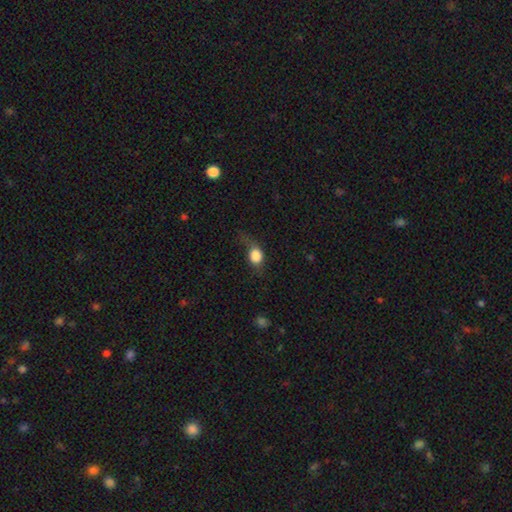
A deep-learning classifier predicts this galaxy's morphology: Smooth or featured?
  - smooth: 80% *
  - featured or disk: 10%
  - star or artifact: 9%
How rounded?
  - round: 51% *
  - in between: 46%
  - cigar-shaped: 2%
Merging?
  - major disturbance: 34% *
  - none: 32%
  - minor disturbance: 30%
  - merger: 4%